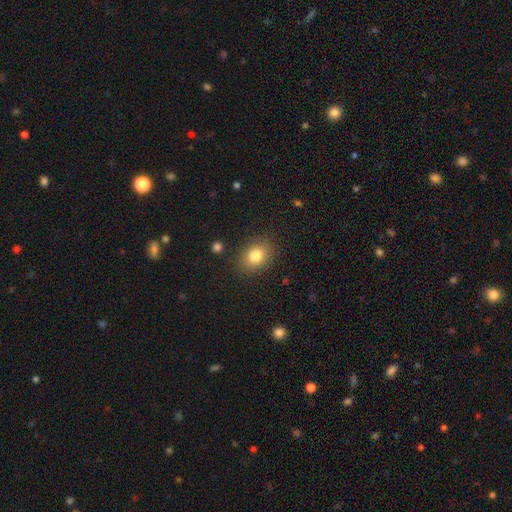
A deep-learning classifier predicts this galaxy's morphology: Overall: smooth (81%). How rounded: in between (62%; round 37%). Merging: none (85%).